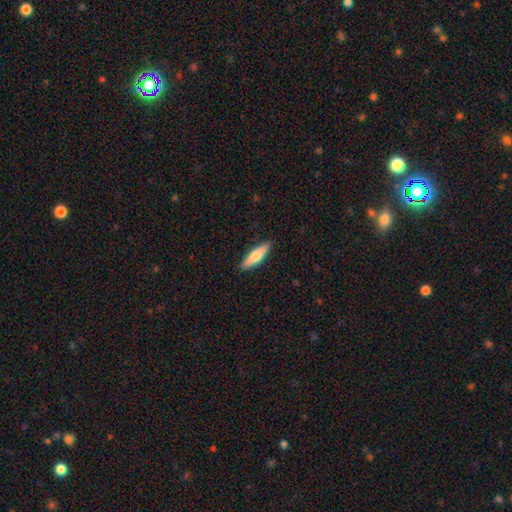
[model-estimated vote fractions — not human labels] smooth-or-featured: smooth: 66% | featured or disk: 28% | star or artifact: 5%
  how-rounded: cigar-shaped: 73% | in between: 25% | round: 2%
  merging: none: 90% | minor disturbance: 7% | major disturbance: 2% | merger: 1%